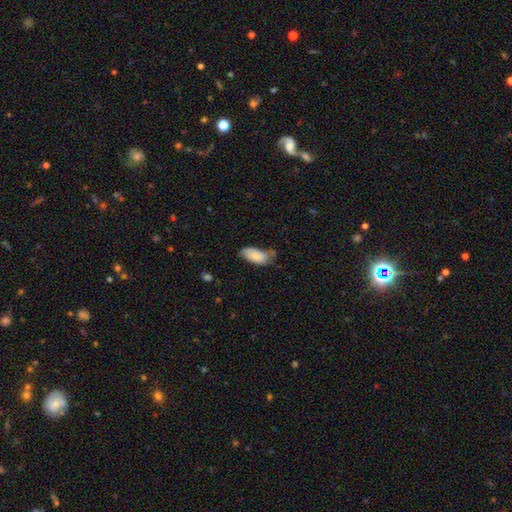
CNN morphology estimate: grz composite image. It shows a smooth galaxy with no disk features (77%) that is in between round and cigar-shaped (92%). Merging: none (43%).